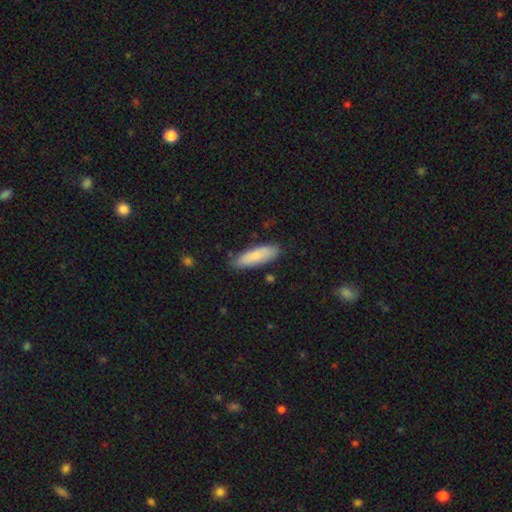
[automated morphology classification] smooth-or-featured: smooth: 82% | featured or disk: 12% | star or artifact: 6%
  how-rounded: in between: 52% | cigar-shaped: 46% | round: 2%
  merging: none: 81% | minor disturbance: 15% | major disturbance: 2% | merger: 2%